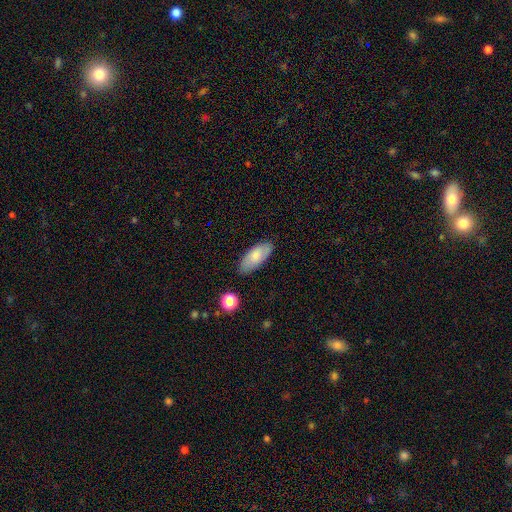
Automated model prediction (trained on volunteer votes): smooth 79%, featured or disk 14%, star or artifact 6%. Down the decision tree: how rounded — in between (86%); merging — none (82%).